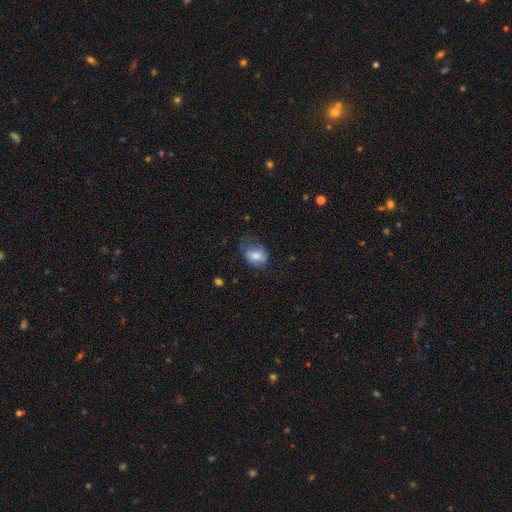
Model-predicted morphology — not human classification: Smooth or featured: smooth — 72% (featured or disk — 20%)
How rounded: in between — 73% (round — 25%)
Merging: none — 44% (minor disturbance — 31%)